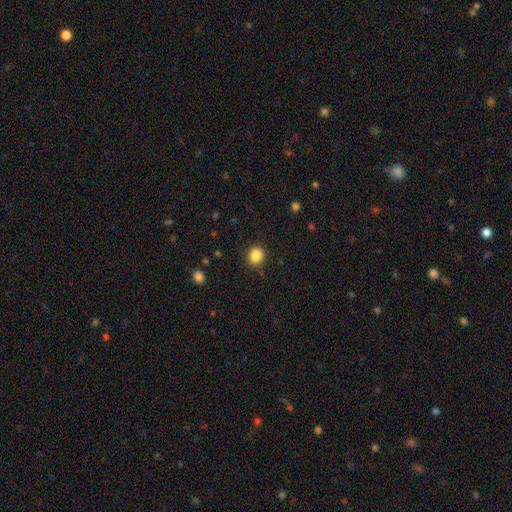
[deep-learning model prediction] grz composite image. It shows a smooth galaxy with no disk features (86%) that is round (76%). Merging: none (87%).